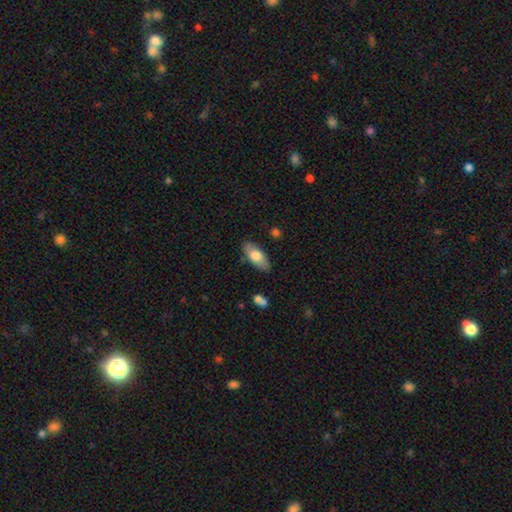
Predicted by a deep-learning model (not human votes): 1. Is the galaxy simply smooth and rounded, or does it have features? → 73% smooth, 21% featured or disk, 6% star or artifact.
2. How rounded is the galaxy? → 87% in between, 10% cigar-shaped, 3% round.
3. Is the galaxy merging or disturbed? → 83% none, 12% minor disturbance, 3% major disturbance, 2% merger.